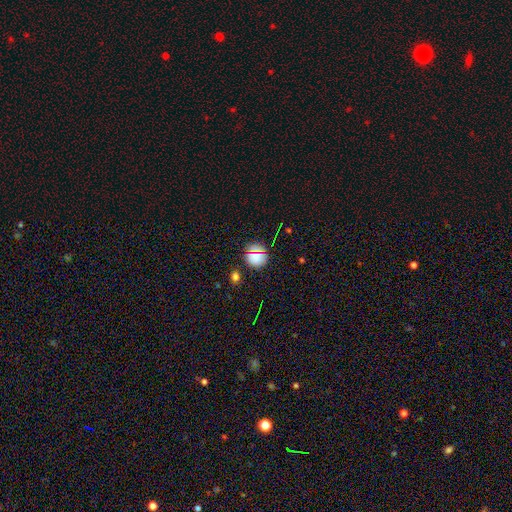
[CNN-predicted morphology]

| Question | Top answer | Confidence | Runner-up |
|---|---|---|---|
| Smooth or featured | smooth | 67% | star or artifact (27%) |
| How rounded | round | 85% | in between (13%) |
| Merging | none | 84% | minor disturbance (10%) |